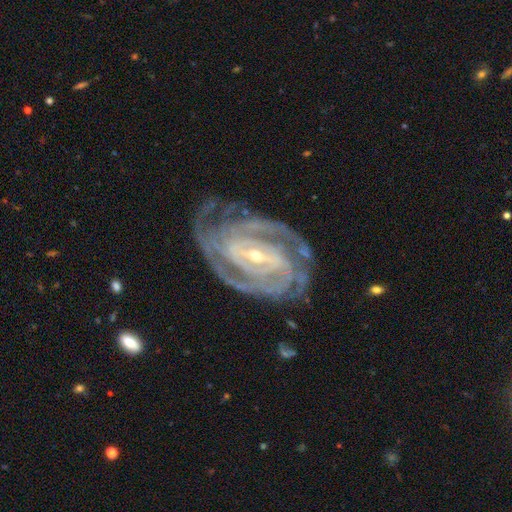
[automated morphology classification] Smooth or featured? featured or disk (92%)
Edge-on disk? no (97%)
Bar? strong (46%)
Spiral arms? yes (98%)
Spiral winding? tight (74%)
Spiral arm count? 2 (28%)
Bulge size? small (71%)
Merging? none (72%)